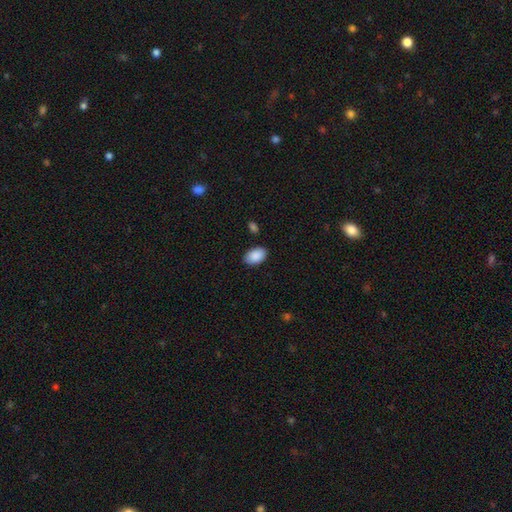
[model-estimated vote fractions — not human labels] smooth_or_featured: smooth (p=0.90) [alt: star or artifact p=0.06]
how_rounded: in between (p=0.91) [alt: round p=0.08]
merging: none (p=0.86) [alt: minor disturbance p=0.10]